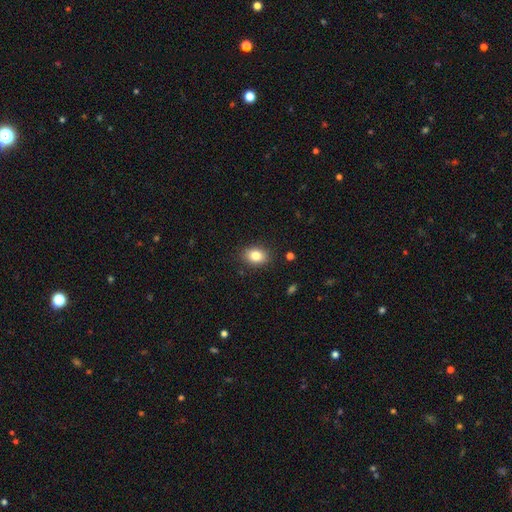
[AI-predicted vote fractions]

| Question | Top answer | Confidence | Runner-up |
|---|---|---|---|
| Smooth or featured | smooth | 83% | star or artifact (9%) |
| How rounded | in between | 71% | round (28%) |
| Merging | none | 88% | minor disturbance (9%) |